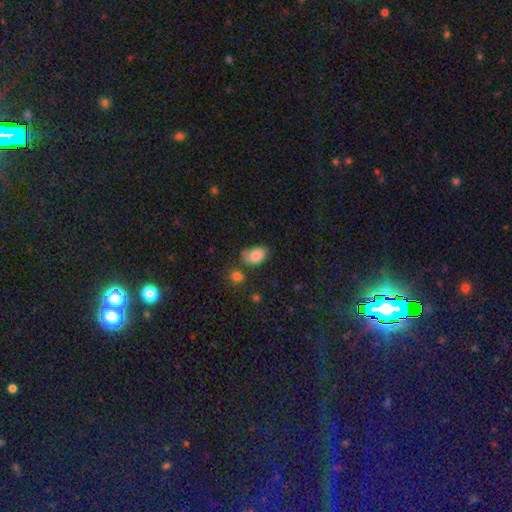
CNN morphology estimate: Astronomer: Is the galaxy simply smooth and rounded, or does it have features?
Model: smooth — 83%.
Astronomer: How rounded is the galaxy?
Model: in between — 89%.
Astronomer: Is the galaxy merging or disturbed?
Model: none — 53% (runner-up: minor disturbance, 30%).